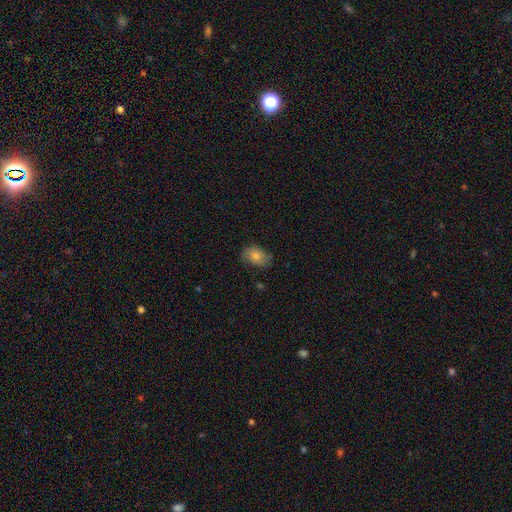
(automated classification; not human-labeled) Smooth or featured? smooth (74%)
How rounded? in between (78%)
Merging? none (74%)